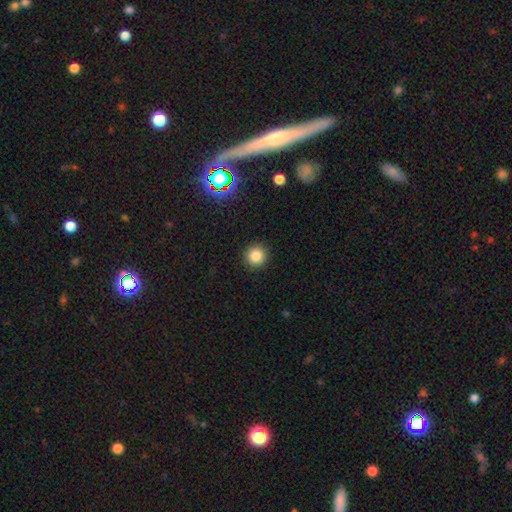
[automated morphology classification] The model was most divided on "smooth or featured": smooth: 83%, star or artifact: 13%, featured or disk: 4%. More confident: how rounded — round (95%); merging — none (92%).